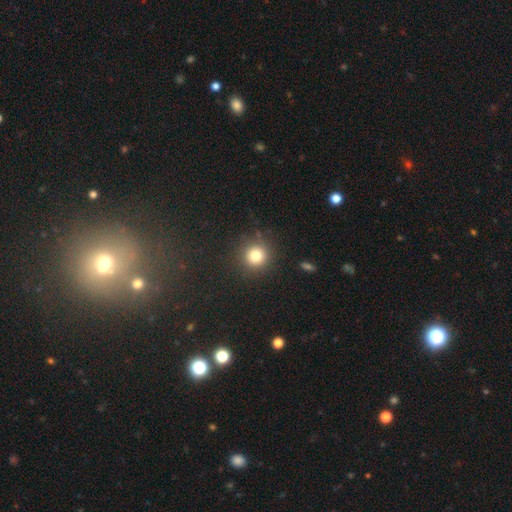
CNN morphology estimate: smooth 80%, star or artifact 13%, featured or disk 7%. Down the decision tree: how rounded — round (93%); merging — none (88%).